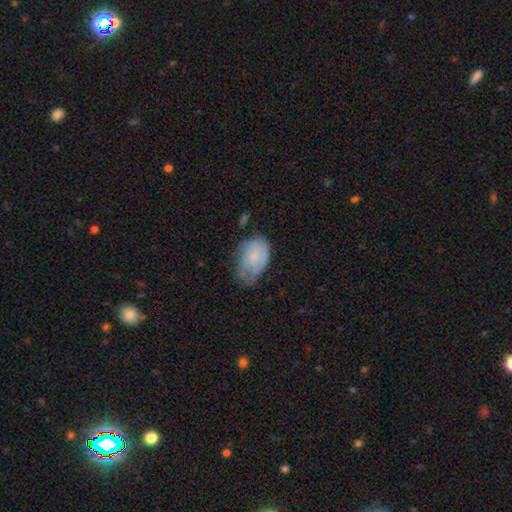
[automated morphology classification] This is likely a smooth galaxy (62%). How rounded: clearly in between (84%). Merging: marginally minor disturbance (42%).